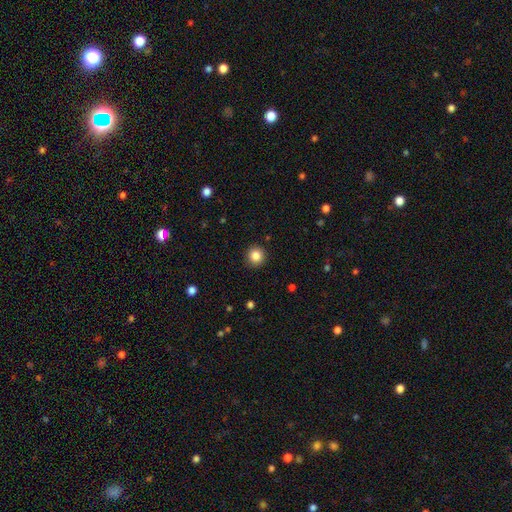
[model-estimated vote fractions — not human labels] A smooth galaxy with no disk features (84%) that is round (95%).

Vote fractions:
- Smooth or featured? smooth: 84% / star or artifact: 11% / featured or disk: 5%
- How rounded? round: 95% / in between: 5% / cigar-shaped: 1%
- Merging? none: 92% / minor disturbance: 5% / major disturbance: 2% / merger: 1%